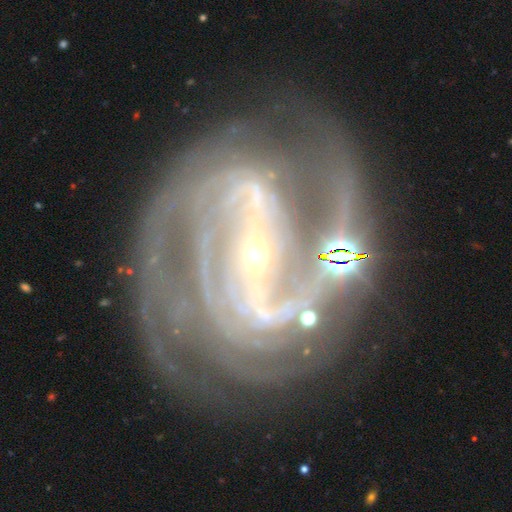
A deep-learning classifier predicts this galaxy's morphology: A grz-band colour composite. It shows a featured or disk galaxy (91%) with a strong bar (68%), 2 (37%) tight (46%) spiral arms (97%) and a small central bulge (82%). Merging: none (53%).